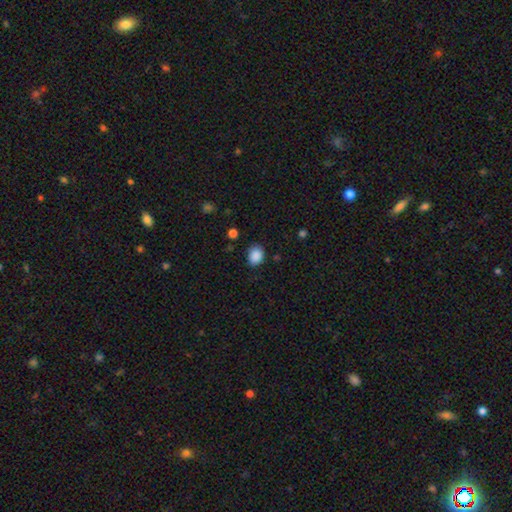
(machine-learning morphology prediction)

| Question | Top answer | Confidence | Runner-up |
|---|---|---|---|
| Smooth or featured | smooth | 88% | star or artifact (9%) |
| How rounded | in between | 55% | round (44%) |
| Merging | none | 78% | minor disturbance (16%) |